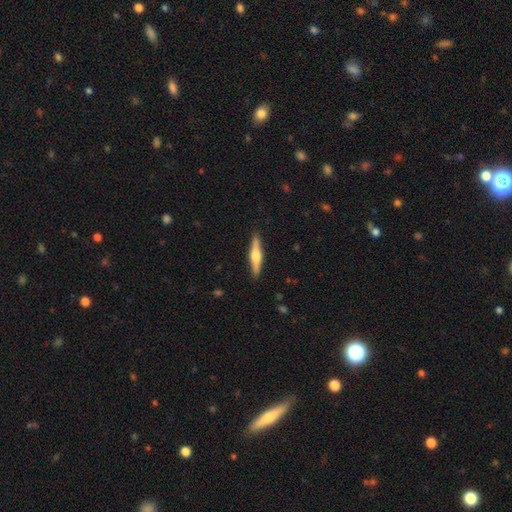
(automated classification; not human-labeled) This appears to be a featured or disk galaxy (60%) viewed edge-on (97%) with a rounded central bulge (87%). Merging: none (90%).